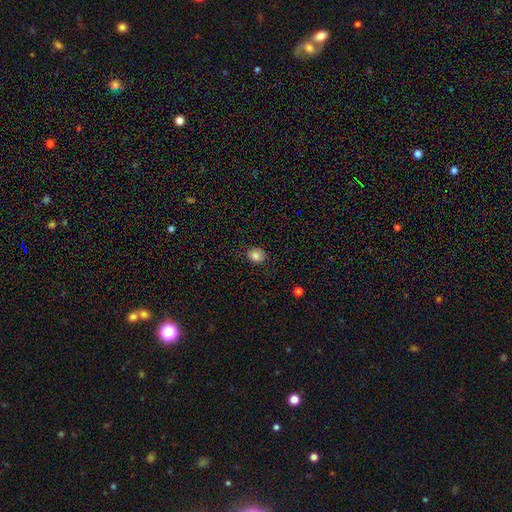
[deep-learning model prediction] This is clearly a smooth galaxy (82%). How rounded: possibly round (57%). Merging: likely none (78%).